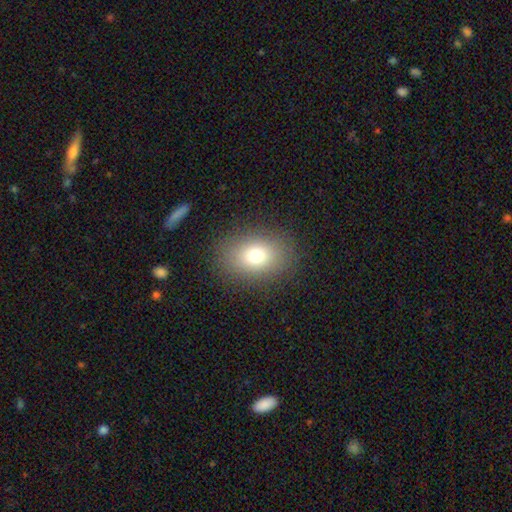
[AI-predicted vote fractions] This is likely a smooth galaxy (75%). How rounded: likely in between (69%). Merging: clearly none (86%).